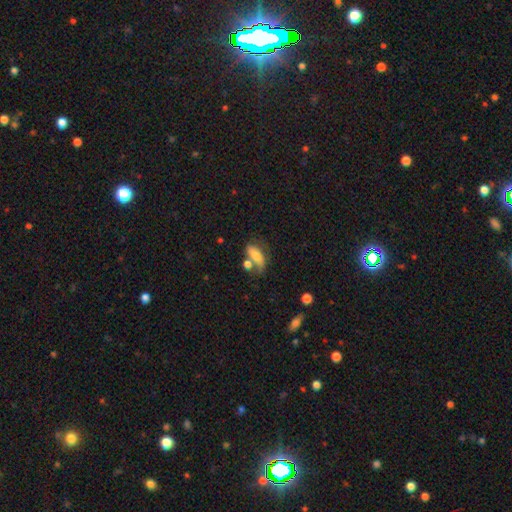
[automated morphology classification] Smooth or featured? Predicted: smooth (p=0.63). How rounded? Predicted: in between (p=0.78). Merging? Predicted: none (p=0.37).